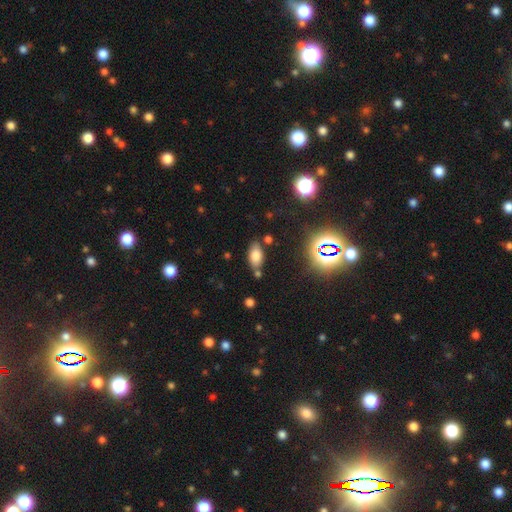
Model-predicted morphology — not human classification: smooth-or-featured: smooth: 74% | star or artifact: 14% | featured or disk: 12%
  how-rounded: in between: 90% | round: 6% | cigar-shaped: 5%
  merging: none: 72% | minor disturbance: 15% | merger: 9% | major disturbance: 4%